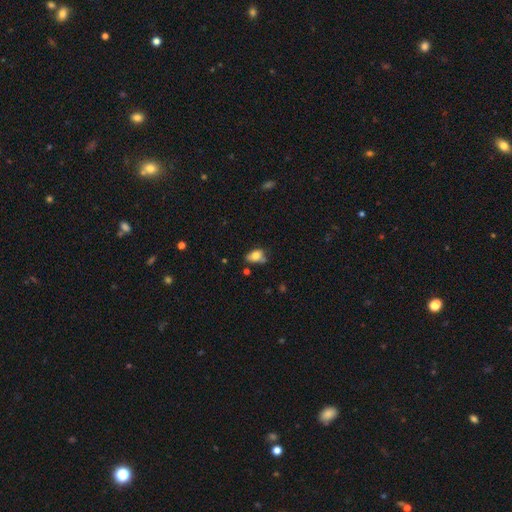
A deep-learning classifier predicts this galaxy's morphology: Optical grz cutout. It shows a smooth galaxy with no disk features (72%) that is in between round and cigar-shaped (79%). Merging: none (46%).